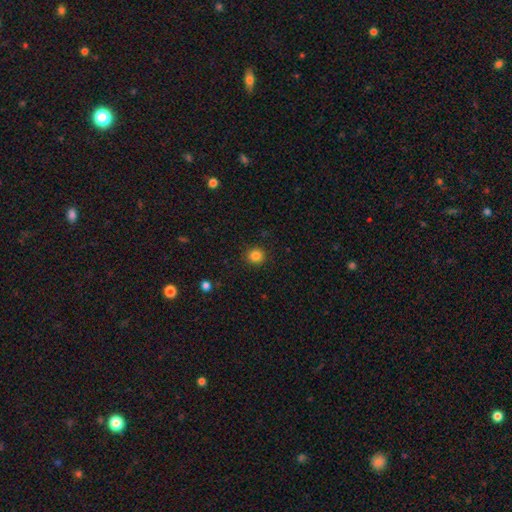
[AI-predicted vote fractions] Smooth or featured? smooth (84%)
How rounded? round (91%)
Merging? none (91%)